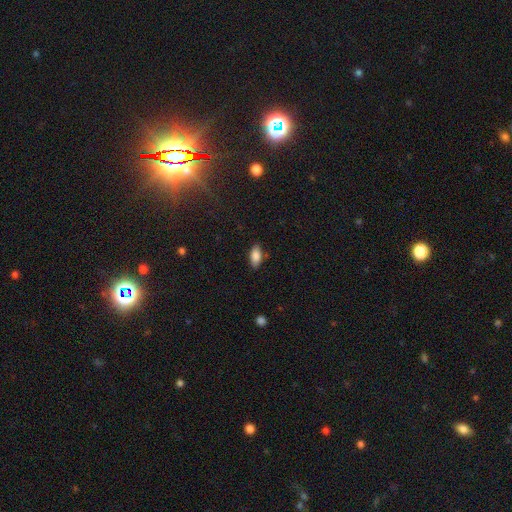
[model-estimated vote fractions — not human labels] This appears to be a smooth galaxy with no disk features (86%) that is in between round and cigar-shaped (89%). Merging: none (84%).